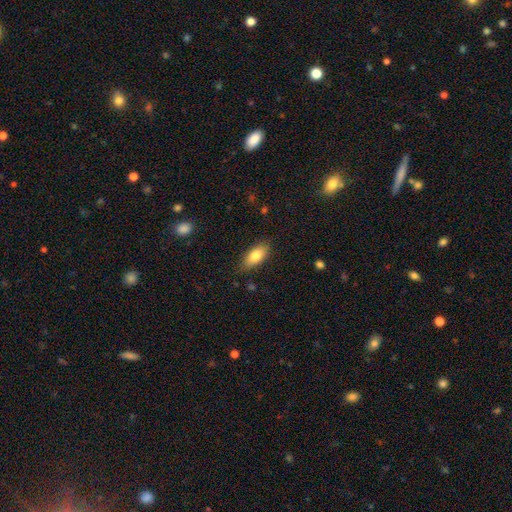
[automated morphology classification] Overall: smooth (79%). How rounded: in between (84%). Merging: none (82%).